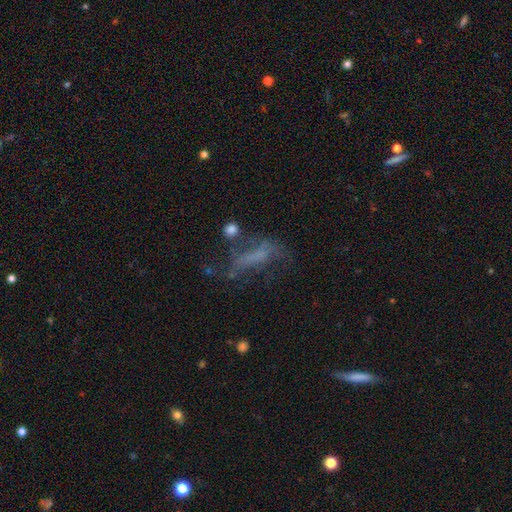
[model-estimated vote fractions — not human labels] This appears to be a featured or disk galaxy (43%). Merging: none (36%).